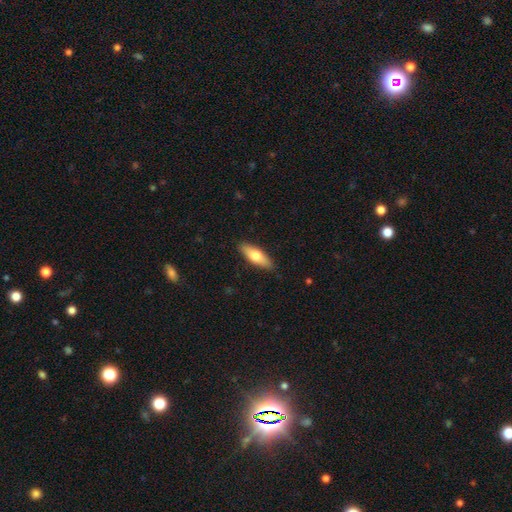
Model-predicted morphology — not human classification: Smooth or featured? Predicted: smooth (p=0.65). How rounded? Predicted: in between (p=0.60). Merging? Predicted: none (p=0.88).